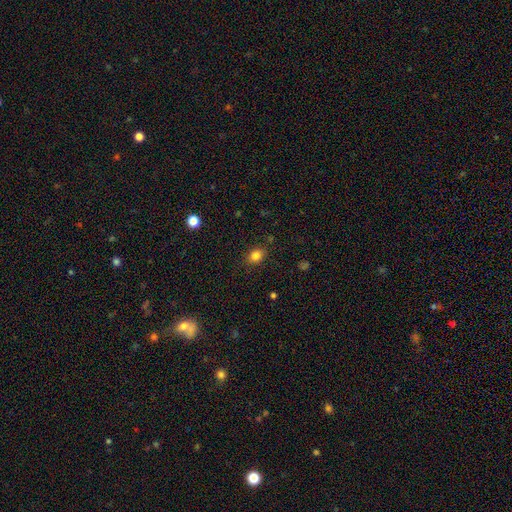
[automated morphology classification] smooth 83%, star or artifact 11%, featured or disk 6%. Down the decision tree: how rounded — in between (60%); merging — none (83%).